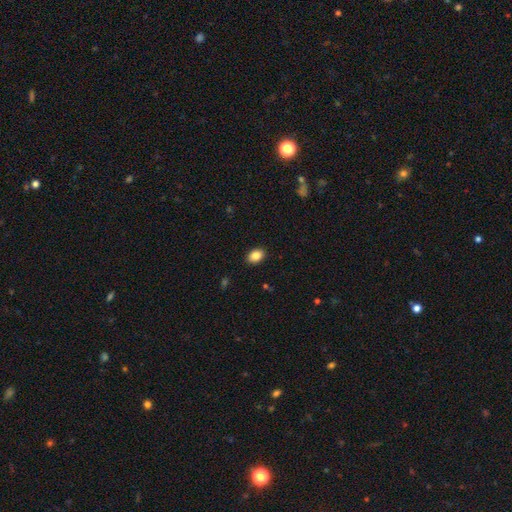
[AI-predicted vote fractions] Smooth or featured? Predicted: smooth (p=0.86). How rounded? Predicted: in between (p=0.77). Merging? Predicted: none (p=0.90).